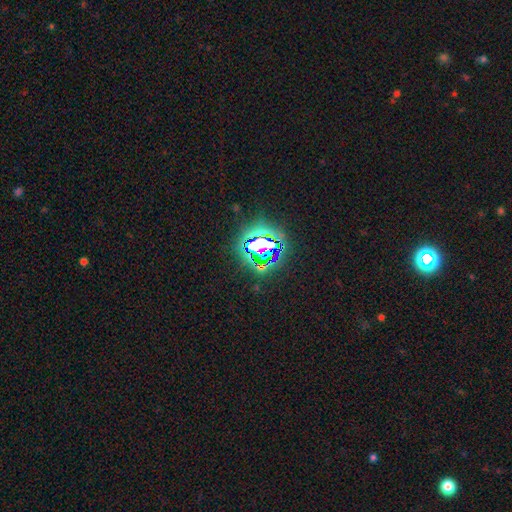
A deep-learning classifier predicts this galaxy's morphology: Smooth or featured? Predicted: star or artifact (p=0.80).